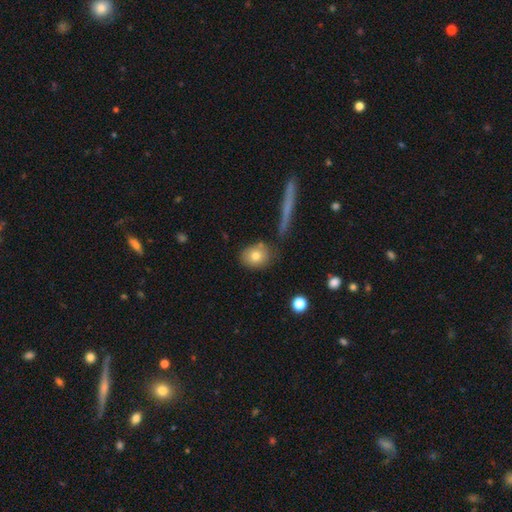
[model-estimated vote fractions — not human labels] Overall: smooth (78%). How rounded: round (64%; in between 34%). Merging: none (76%).